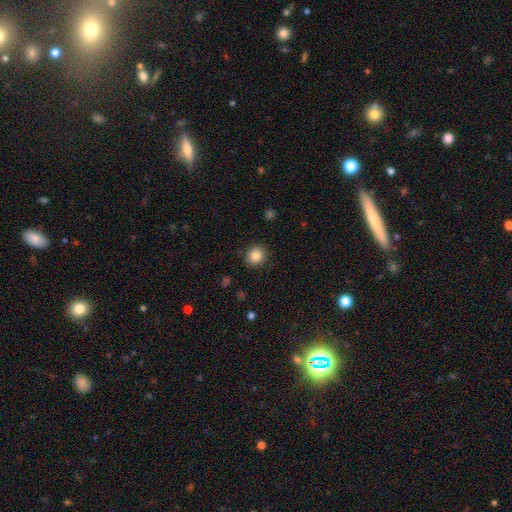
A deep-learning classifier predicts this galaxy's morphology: A smooth galaxy with no disk features (86%) that is round (87%).

Vote fractions:
- Smooth or featured? smooth: 86% / star or artifact: 10% / featured or disk: 4%
- How rounded? round: 87% / in between: 12% / cigar-shaped: 1%
- Merging? none: 89% / minor disturbance: 8% / major disturbance: 2% / merger: 1%